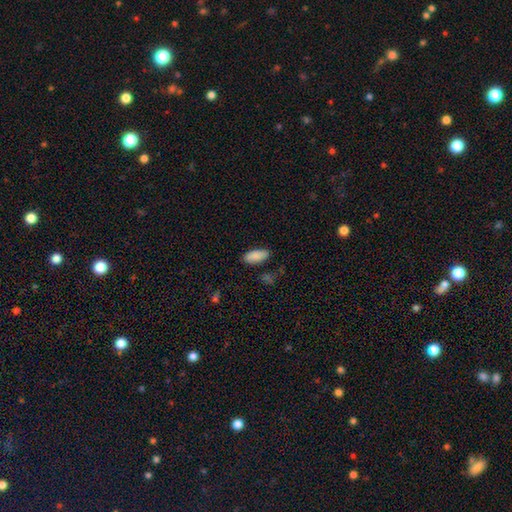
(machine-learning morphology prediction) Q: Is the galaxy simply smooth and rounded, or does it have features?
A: smooth — 88%.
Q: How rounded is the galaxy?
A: in between — 90%.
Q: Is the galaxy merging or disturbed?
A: none — 82%.